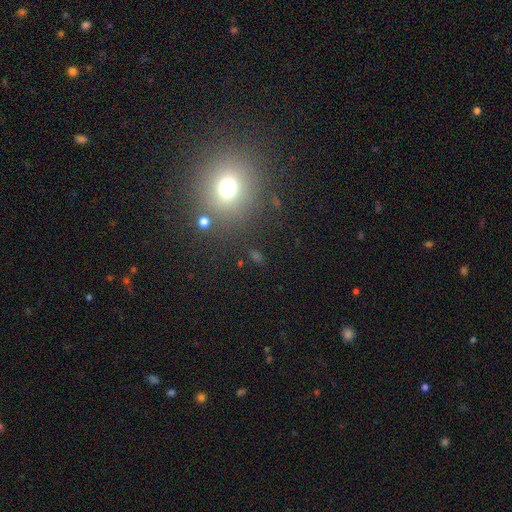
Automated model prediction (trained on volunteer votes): smooth 52%, star or artifact 36%, featured or disk 13%. Down the decision tree: how rounded — round (72%); merging — none (81%).